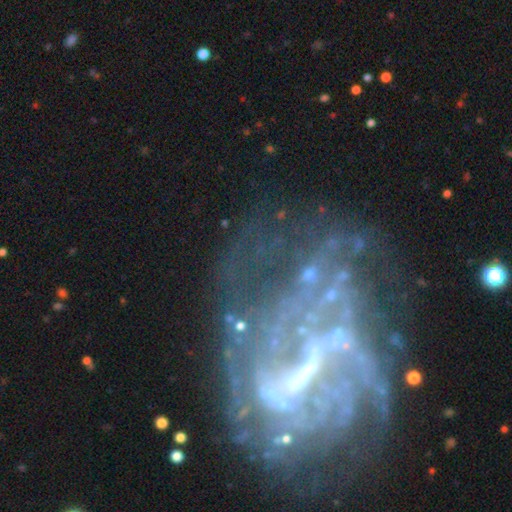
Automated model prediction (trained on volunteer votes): Smooth or featured: featured or disk — 82% (star or artifact — 11%)
Edge-on disk: no — 97% (yes — 3%)
Bar: weak — 42% (strong — 33%)
Spiral arms: yes — 73% (no — 27%)
Spiral winding: tight — 38% (medium — 37%)
Spiral arm count: can't tell — 47% (2 — 16%)
Bulge size: small — 37% (tied with none — 37%)
Merging: none — 41% (major disturbance — 34%)